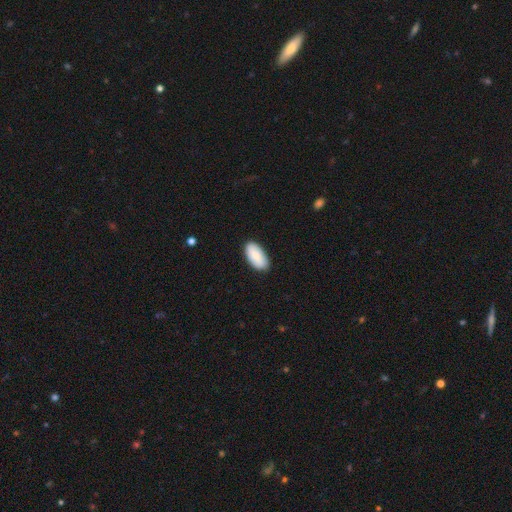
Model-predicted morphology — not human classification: Q: Smooth or featured?
A: smooth (86%); runner-up: featured or disk (9%)
Q: How rounded?
A: in between (94%); runner-up: cigar-shaped (3%)
Q: Merging?
A: none (87%); runner-up: minor disturbance (10%)